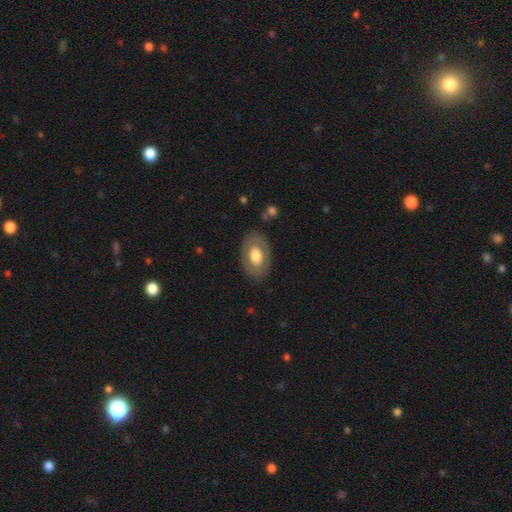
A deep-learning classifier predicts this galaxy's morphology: Smooth or featured? Predicted: smooth (p=0.56). How rounded? Predicted: in between (p=0.84). Merging? Predicted: none (p=0.82).